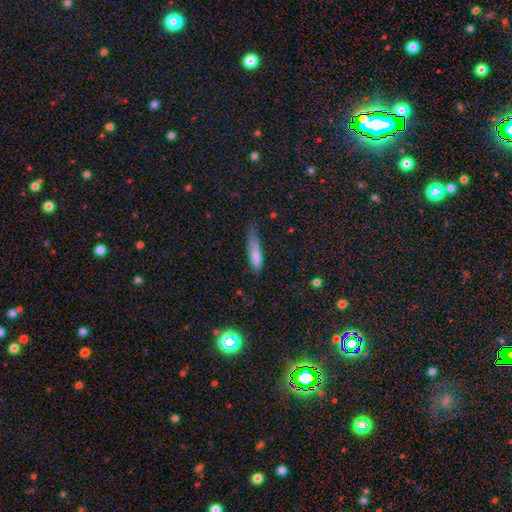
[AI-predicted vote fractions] A smooth galaxy with no disk features (81%) that is cigar-shaped (72%). Merging: none (44%).